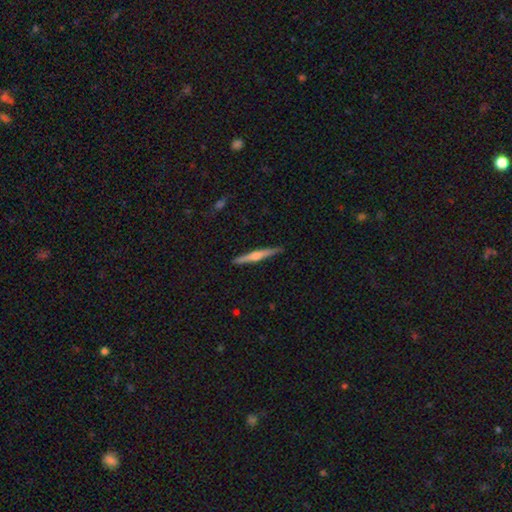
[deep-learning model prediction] smooth-or-featured: featured or disk: 69% | smooth: 25% | star or artifact: 5%
  disk-edge-on: yes: 98% | no: 2%
    edge-on-bulge: rounded: 87% | none: 7% | boxy: 6%
  merging: none: 91% | minor disturbance: 7% | major disturbance: 1% | merger: 1%